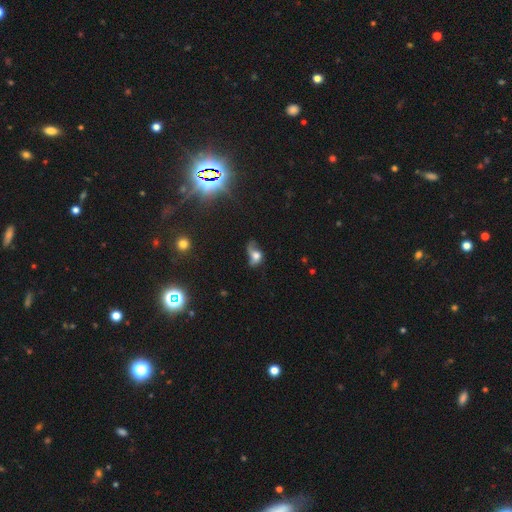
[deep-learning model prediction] Morphology: type=smooth (47%); merging=major disturbance (43%).